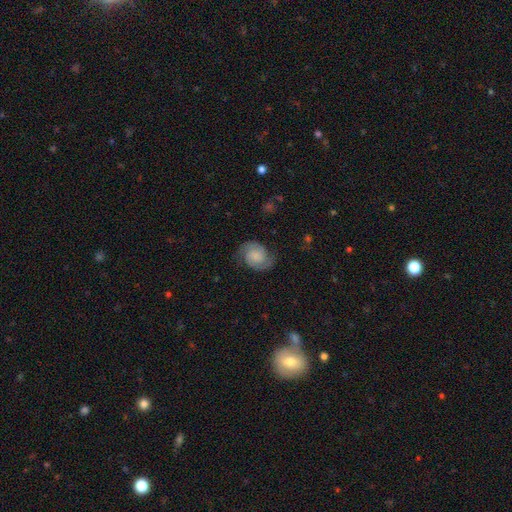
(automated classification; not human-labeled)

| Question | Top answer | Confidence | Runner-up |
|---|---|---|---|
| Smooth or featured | featured or disk | 70% | smooth (21%) |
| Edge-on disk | no | 98% | yes (2%) |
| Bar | no | 70% | weak (26%) |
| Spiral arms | yes | 96% | no (4%) |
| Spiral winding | medium | 47% | tight (34%) |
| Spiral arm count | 2 | 92% | can't tell (4%) |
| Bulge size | none | 34% | small (33%) |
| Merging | none | 76% | minor disturbance (16%) |